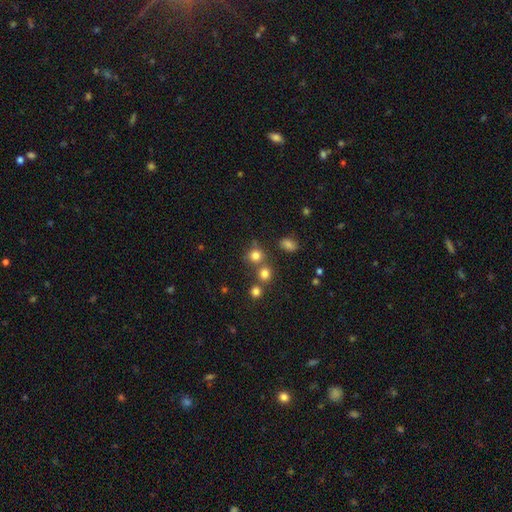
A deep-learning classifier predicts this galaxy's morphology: Smooth or featured?
  - smooth: 77% *
  - star or artifact: 16%
  - featured or disk: 7%
How rounded?
  - round: 87% *
  - in between: 12%
  - cigar-shaped: 1%
Merging?
  - none: 66% *
  - merger: 22%
  - minor disturbance: 9%
  - major disturbance: 4%